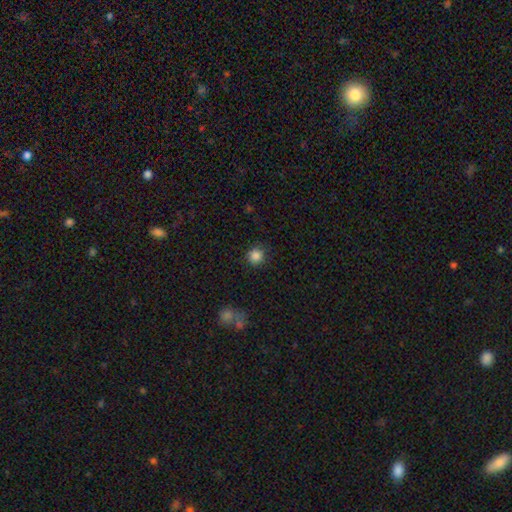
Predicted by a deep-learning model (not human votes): smooth-or-featured: smooth: 86% | star or artifact: 11% | featured or disk: 4%
  how-rounded: round: 92% | in between: 7% | cigar-shaped: 1%
  merging: none: 86% | minor disturbance: 9% | major disturbance: 3% | merger: 2%